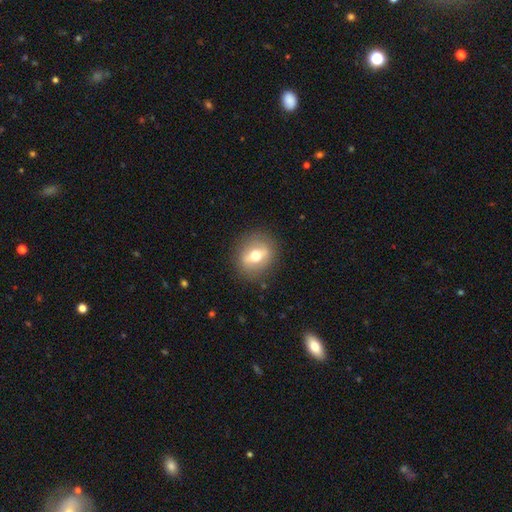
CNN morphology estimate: A smooth galaxy with no disk features (47%). Merging: none (85%).